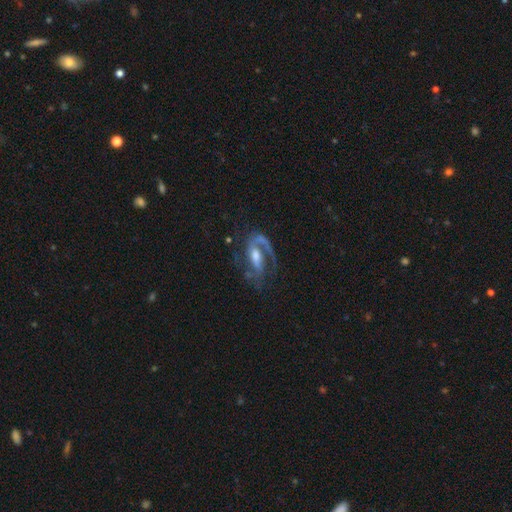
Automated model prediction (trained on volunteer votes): Smooth or featured: featured or disk — 86% (smooth — 8%)
Edge-on disk: no — 95% (yes — 5%)
Bar: weak — 40% (strong — 35%)
Spiral arms: yes — 94% (no — 6%)
Spiral winding: medium — 50% (tight — 27%)
Spiral arm count: 2 — 53% (1 — 37%)
Bulge size: moderate — 55% (small — 24%)
Merging: none — 55% (major disturbance — 25%)